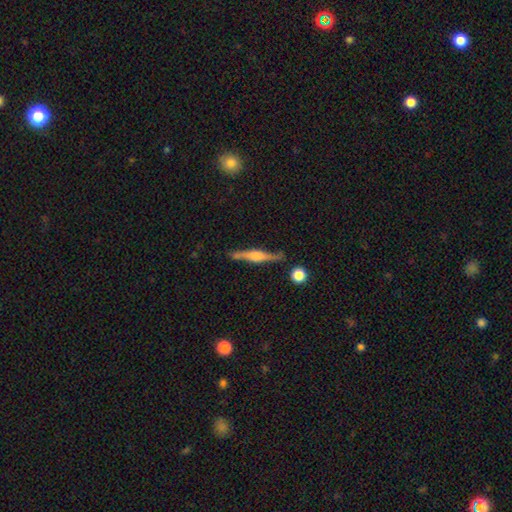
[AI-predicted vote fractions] Q: Smooth or featured?
A: featured or disk (78%); runner-up: smooth (17%)
Q: Edge-on disk?
A: yes (98%); runner-up: no (2%)
Q: Edge-on bulge?
A: rounded (74%); runner-up: boxy (20%)
Q: Merging?
A: none (87%); runner-up: minor disturbance (9%)